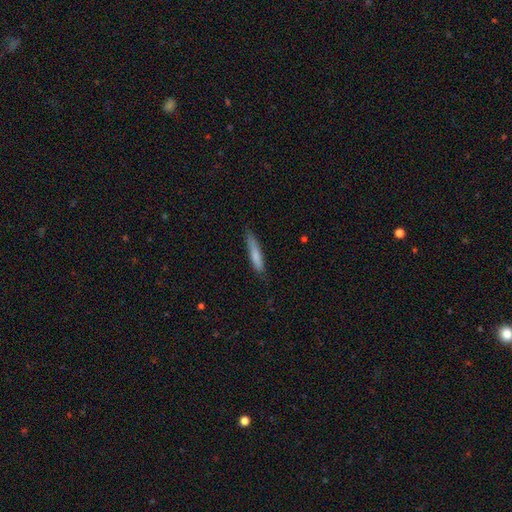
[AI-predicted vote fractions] Q: Smooth or featured?
A: smooth (77%); runner-up: featured or disk (17%)
Q: How rounded?
A: cigar-shaped (90%); runner-up: in between (8%)
Q: Merging?
A: none (76%); runner-up: minor disturbance (19%)